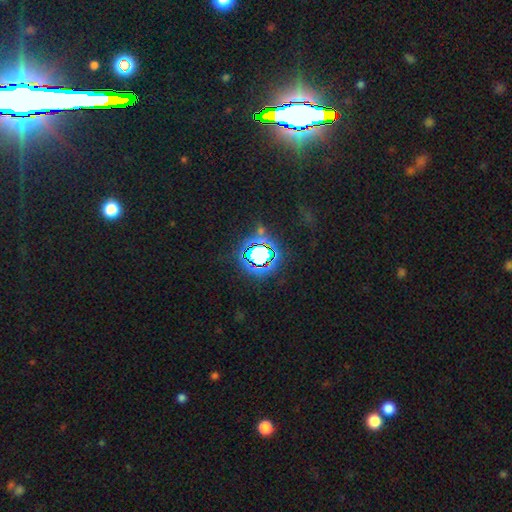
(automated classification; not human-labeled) This is likely a star or artifact rather than a galaxy (71%).